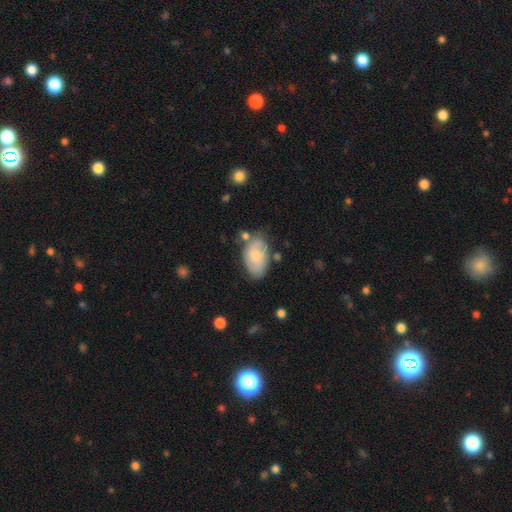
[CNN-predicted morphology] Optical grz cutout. It shows a smooth galaxy with no disk features (60%) that is in between round and cigar-shaped (91%). Merging: none (66%).